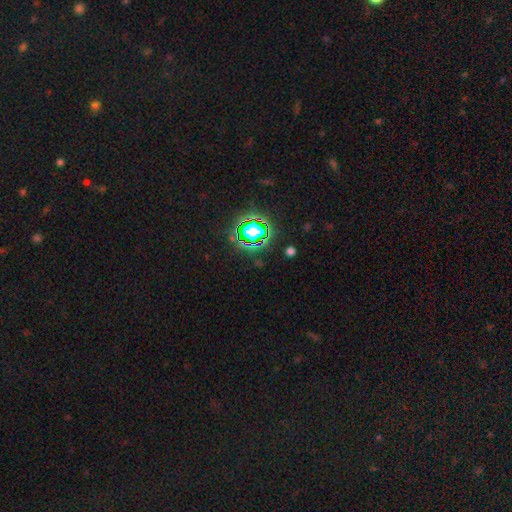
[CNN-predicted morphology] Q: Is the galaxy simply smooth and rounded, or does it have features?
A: star or artifact — 75%.